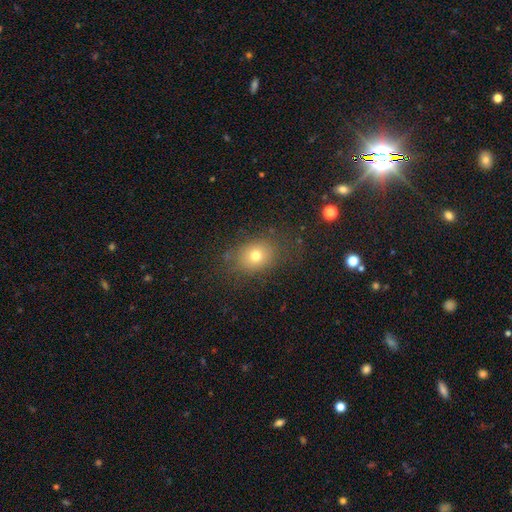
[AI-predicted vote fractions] smooth 73%, star or artifact 15%, featured or disk 12%. Down the decision tree: how rounded — in between (52%); merging — none (78%).